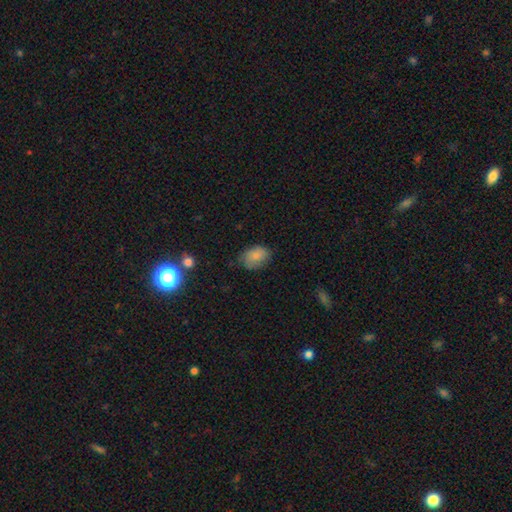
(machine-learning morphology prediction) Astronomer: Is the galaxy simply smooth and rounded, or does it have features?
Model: smooth — 81%.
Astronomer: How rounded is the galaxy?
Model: in between — 79%.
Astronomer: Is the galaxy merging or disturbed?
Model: none — 69%.